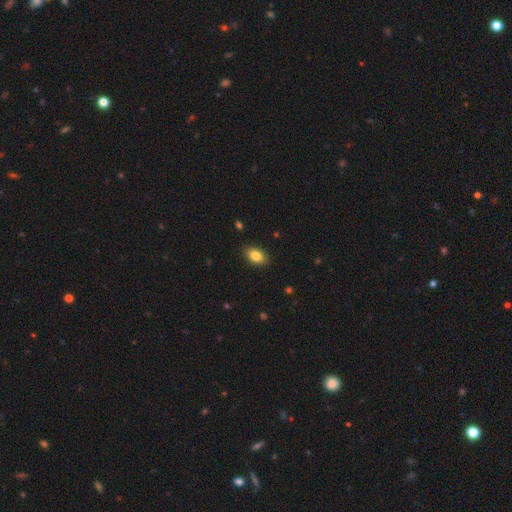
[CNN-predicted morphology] type=smooth (84%); roundness=in between (88%); merging=none (88%).